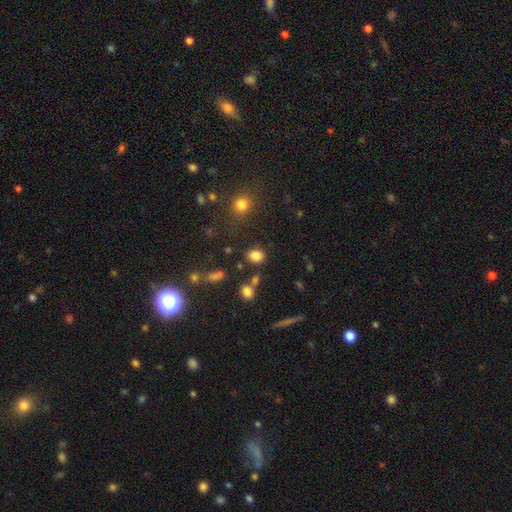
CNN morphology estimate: Smooth or featured?
  - smooth: 83% *
  - star or artifact: 12%
  - featured or disk: 5%
How rounded?
  - in between: 54% *
  - round: 45%
  - cigar-shaped: 1%
Merging?
  - none: 78% *
  - minor disturbance: 11%
  - merger: 7%
  - major disturbance: 4%